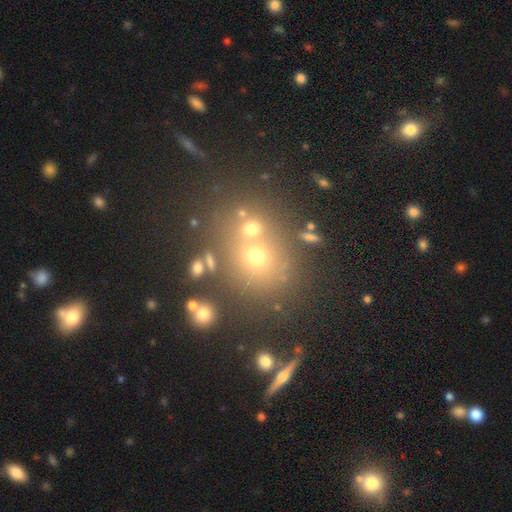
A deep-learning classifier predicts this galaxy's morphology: A smooth galaxy with no disk features (49%).

Vote fractions:
- Smooth or featured? smooth: 49% / star or artifact: 34% / featured or disk: 16%
- Merging? none: 61% / merger: 24% / minor disturbance: 10% / major disturbance: 5%